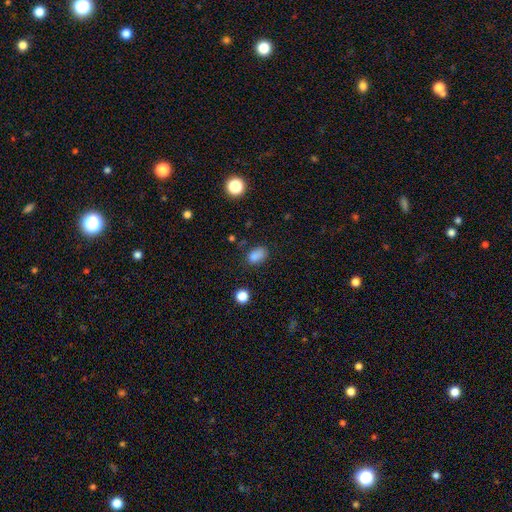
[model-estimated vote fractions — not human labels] This is clearly a smooth galaxy (82%). How rounded: clearly in between (81%). Merging: likely none (69%).